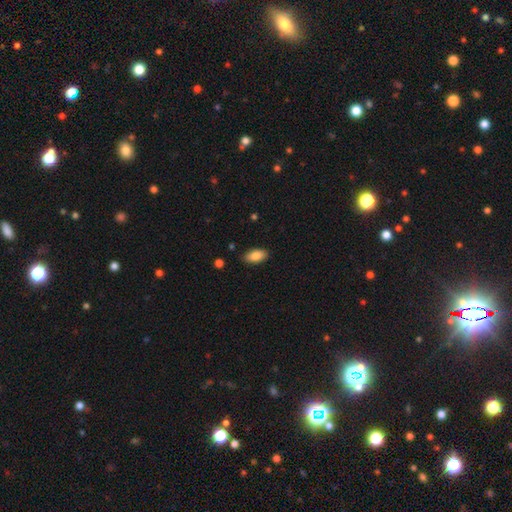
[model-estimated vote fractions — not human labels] This is clearly a smooth galaxy (85%). How rounded: clearly in between (92%). Merging: clearly none (87%).